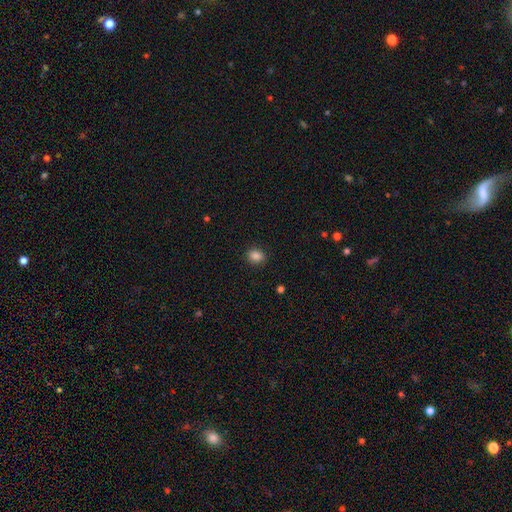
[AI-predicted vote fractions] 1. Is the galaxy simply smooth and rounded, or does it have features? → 86% smooth, 11% star or artifact, 3% featured or disk.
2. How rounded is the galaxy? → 50% in between, 49% round, 1% cigar-shaped.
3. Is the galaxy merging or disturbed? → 89% none, 7% minor disturbance, 2% major disturbance, 1% merger.